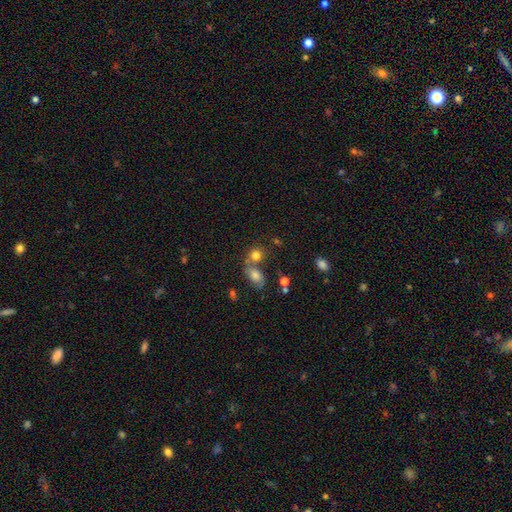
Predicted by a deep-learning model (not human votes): smooth_or_featured: smooth (p=0.77) [alt: star or artifact p=0.12]
how_rounded: round (p=0.71) [alt: in between p=0.27]
merging: none (p=0.46) [alt: merger p=0.39]